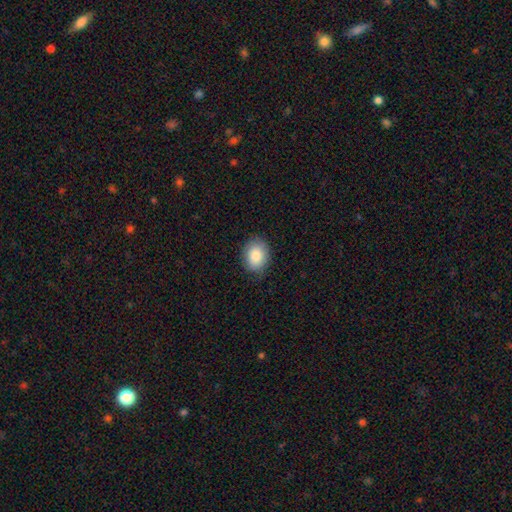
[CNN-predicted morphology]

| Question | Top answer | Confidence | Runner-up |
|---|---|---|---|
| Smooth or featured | smooth | 85% | featured or disk (8%) |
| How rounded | in between | 64% | round (35%) |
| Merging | none | 80% | minor disturbance (16%) |